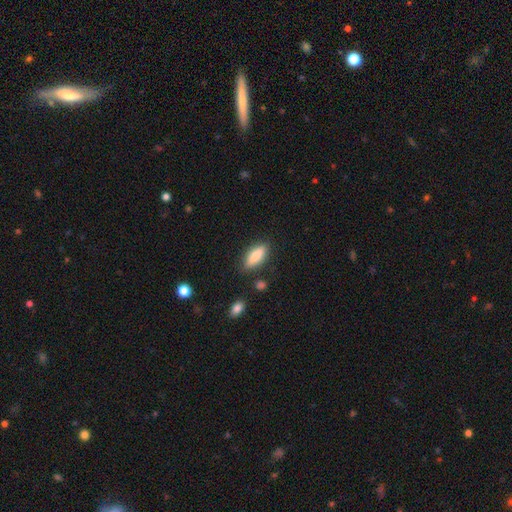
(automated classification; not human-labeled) A smooth galaxy with no disk features (81%) that is in between round and cigar-shaped (58%). Merging: none (81%).